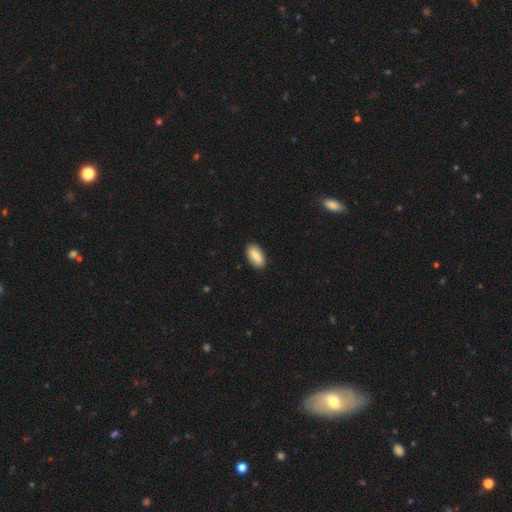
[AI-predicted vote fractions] Smooth or featured? smooth (87%)
How rounded? in between (91%)
Merging? none (89%)